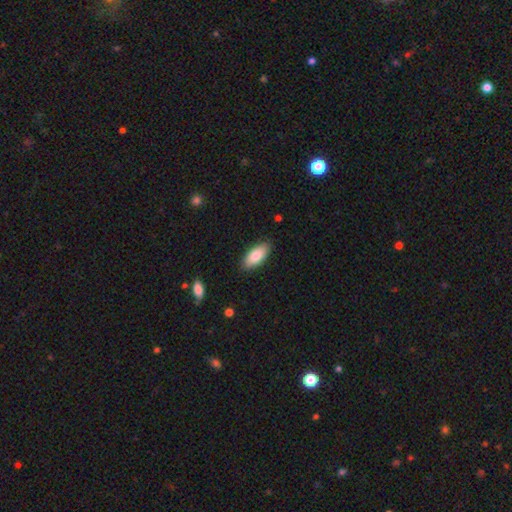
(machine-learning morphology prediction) Smooth or featured? smooth (83%)
How rounded? in between (87%)
Merging? none (87%)